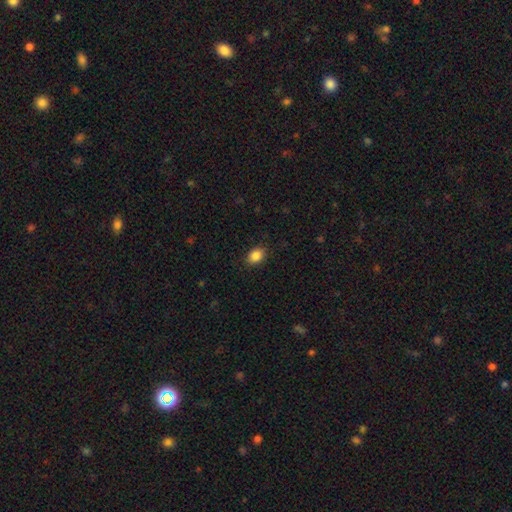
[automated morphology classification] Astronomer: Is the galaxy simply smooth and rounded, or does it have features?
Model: smooth — 87%.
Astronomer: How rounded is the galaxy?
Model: in between — 63%.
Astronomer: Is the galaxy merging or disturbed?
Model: none — 87%.